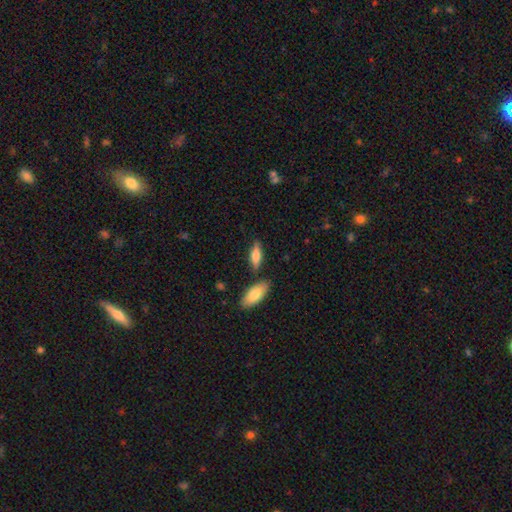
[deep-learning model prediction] A smooth galaxy with no disk features (70%) that is in between round and cigar-shaped (62%). Merging: none (74%).